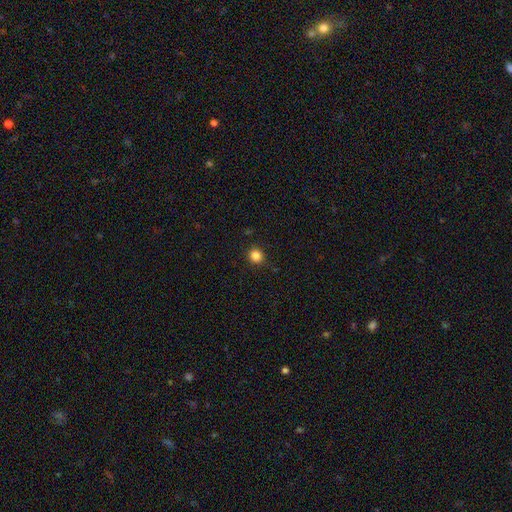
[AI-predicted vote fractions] Overall: smooth (84%). How rounded: round (90%). Merging: none (90%).